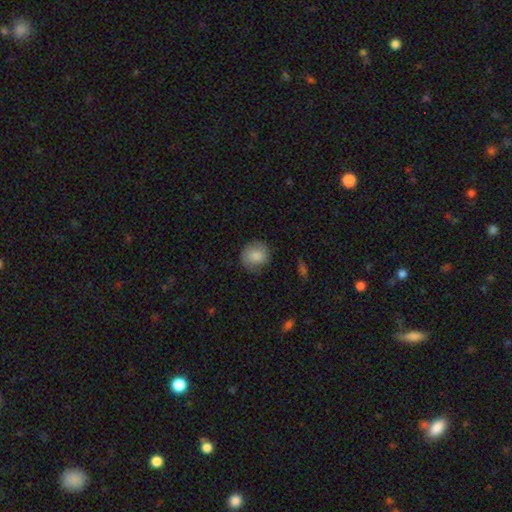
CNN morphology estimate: A smooth galaxy with no disk features (84%) that is round (83%). Merging: none (75%).